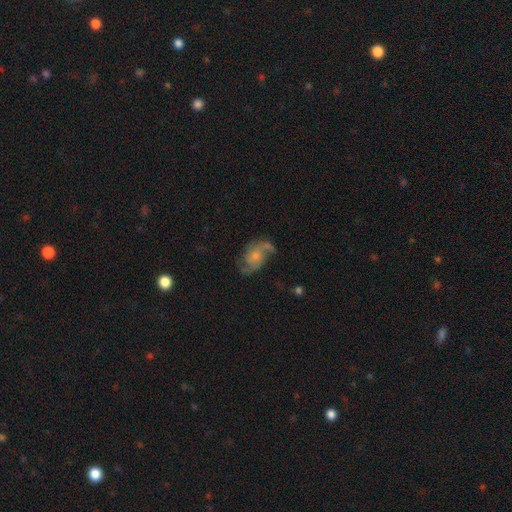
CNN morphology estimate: smooth-or-featured: featured or disk: 69% | smooth: 23% | star or artifact: 8%
  disk-edge-on: no: 97% | yes: 3%
    bar: no: 71% | weak: 25% | strong: 4%
    has-spiral-arms: yes: 88% | no: 12%
      spiral-winding: loose: 45% | medium: 40% | tight: 14%
      spiral-arm-count: 2: 78% | can't tell: 9% | 1: 6% | 3: 4% | 4: 2% | more than 4: 2%
    bulge-size: small: 45% | moderate: 32% | none: 14% | large: 7% | dominant: 2%
  merging: none: 51% | minor disturbance: 23% | major disturbance: 19% | merger: 6%